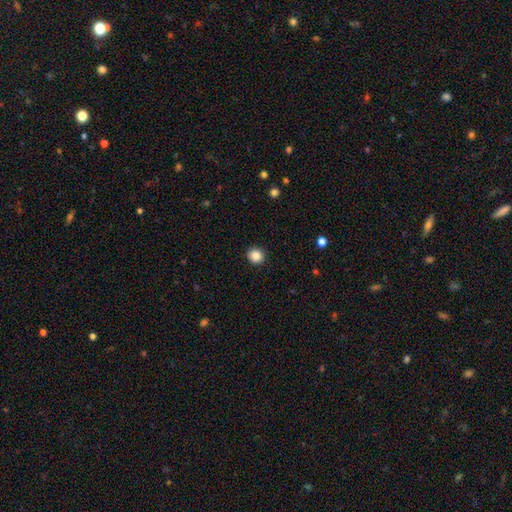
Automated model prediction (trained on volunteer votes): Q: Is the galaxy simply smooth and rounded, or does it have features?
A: smooth — 87%.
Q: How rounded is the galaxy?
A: round — 86%.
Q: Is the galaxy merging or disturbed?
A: none — 92%.